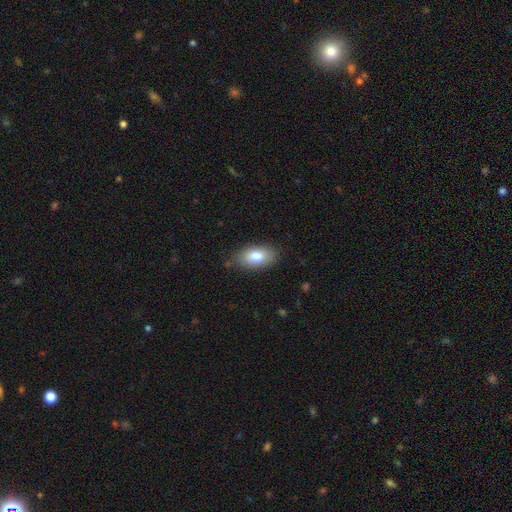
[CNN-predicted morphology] smooth-or-featured: smooth: 80% | featured or disk: 13% | star or artifact: 7%
  how-rounded: in between: 92% | round: 5% | cigar-shaped: 3%
  merging: none: 81% | minor disturbance: 14% | major disturbance: 3% | merger: 1%